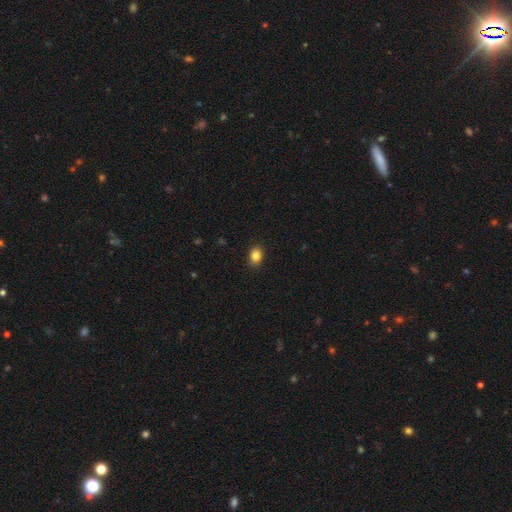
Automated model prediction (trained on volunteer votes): A smooth galaxy with no disk features (85%) that is in between round and cigar-shaped (61%).

Vote fractions:
- Smooth or featured? smooth: 85% / star or artifact: 10% / featured or disk: 5%
- How rounded? in between: 61% / round: 38% / cigar-shaped: 1%
- Merging? none: 88% / minor disturbance: 9% / major disturbance: 2% / merger: 1%